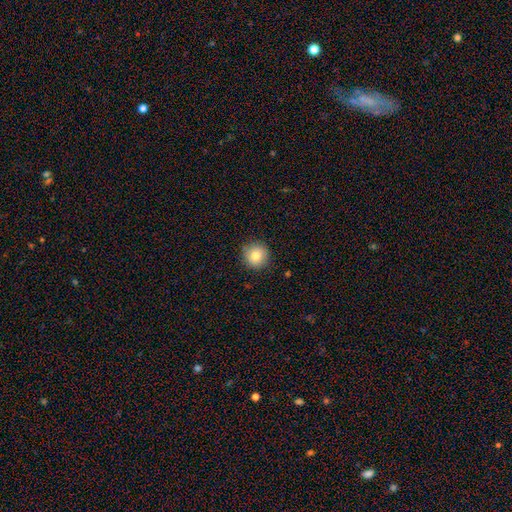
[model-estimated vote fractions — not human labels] Overall: smooth (82%). How rounded: round (94%). Merging: none (86%).